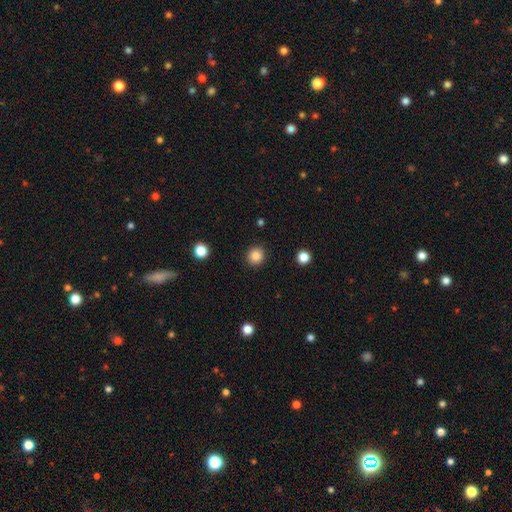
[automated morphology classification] This is clearly a smooth galaxy (86%). How rounded: clearly round (92%). Merging: clearly none (91%).